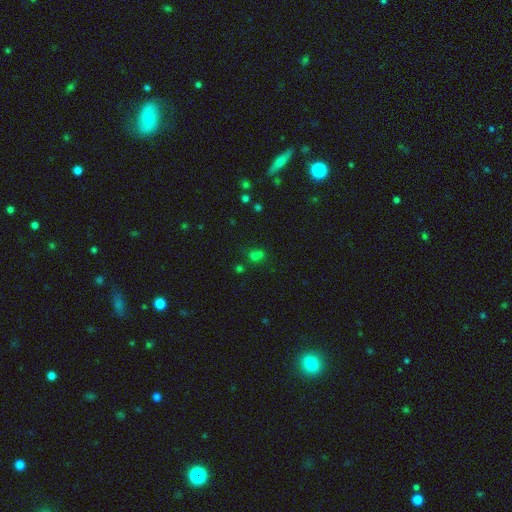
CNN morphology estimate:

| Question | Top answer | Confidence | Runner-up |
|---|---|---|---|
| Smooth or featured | smooth | 53% | star or artifact (36%) |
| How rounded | round | 70% | in between (28%) |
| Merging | none | 45% | merger (40%) |